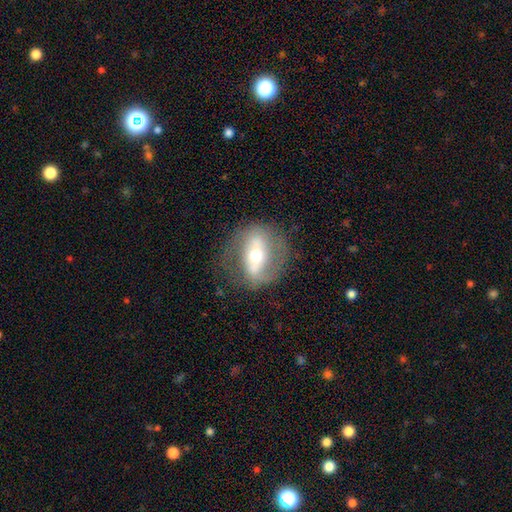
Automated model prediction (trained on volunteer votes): Q: Smooth or featured?
A: featured or disk (68%); runner-up: smooth (25%)
Q: Edge-on disk?
A: no (85%); runner-up: yes (15%)
Q: Bar?
A: strong (54%); runner-up: weak (24%)
Q: Spiral arms?
A: no (51%); runner-up: yes (49%)
Q: Bulge size?
A: moderate (66%); runner-up: small (23%)
Q: Merging?
A: none (73%); runner-up: minor disturbance (15%)